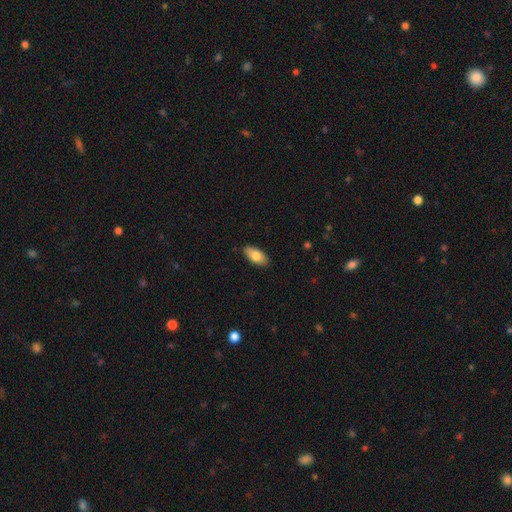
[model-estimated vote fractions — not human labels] A smooth galaxy with no disk features (80%) that is in between round and cigar-shaped (92%). Merging: none (88%).